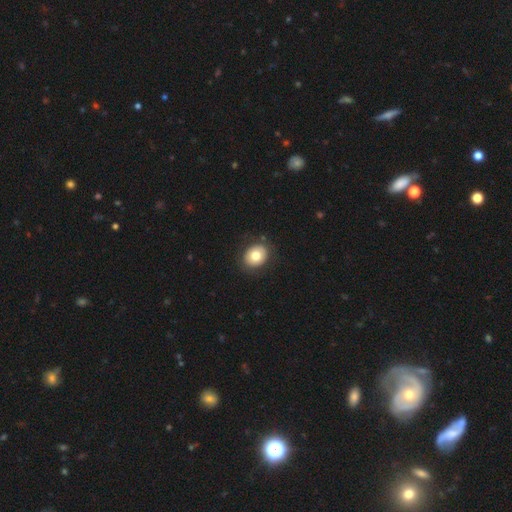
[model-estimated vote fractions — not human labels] smooth_or_featured: smooth (p=0.77) [alt: featured or disk p=0.15]
how_rounded: round (p=0.57) [alt: in between p=0.42]
merging: none (p=0.86) [alt: minor disturbance p=0.10]